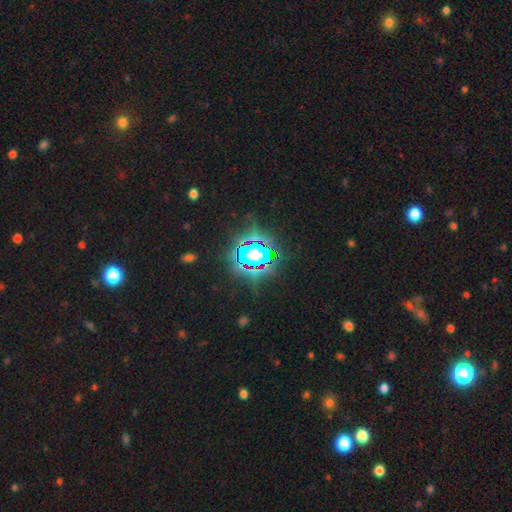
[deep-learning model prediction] Smooth or featured? star or artifact (78%)